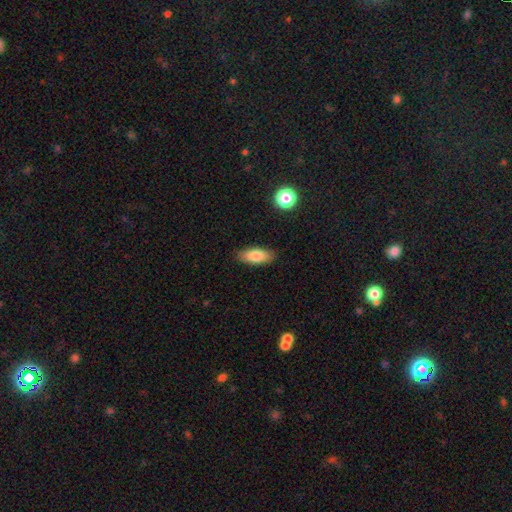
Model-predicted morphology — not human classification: A smooth galaxy with no disk features (82%) that is in between round and cigar-shaped (81%). Merging: none (87%).